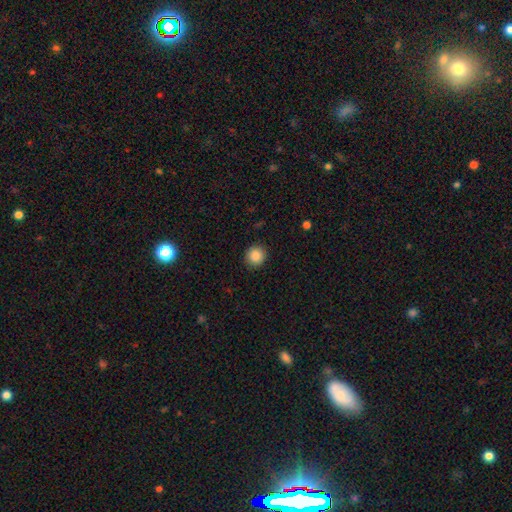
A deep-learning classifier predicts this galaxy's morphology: smooth-or-featured: smooth: 87% | star or artifact: 9% | featured or disk: 4%
  how-rounded: round: 91% | in between: 8% | cigar-shaped: 1%
  merging: none: 90% | minor disturbance: 7% | major disturbance: 2% | merger: 1%